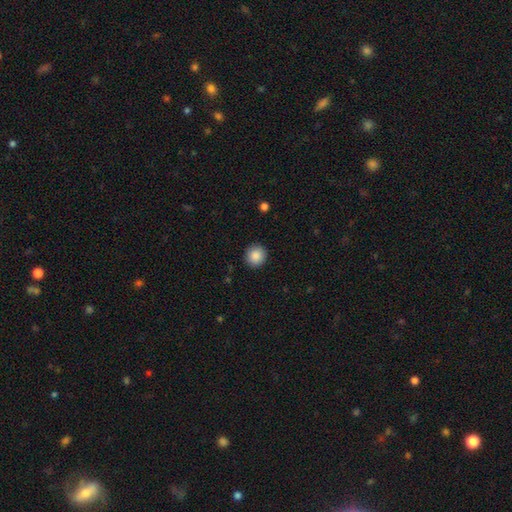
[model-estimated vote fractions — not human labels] A smooth galaxy with no disk features (88%) that is round (93%). Merging: none (92%).